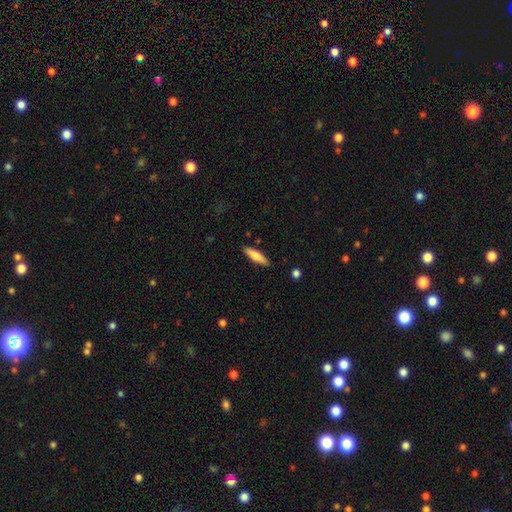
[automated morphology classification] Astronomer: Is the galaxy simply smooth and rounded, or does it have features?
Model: smooth — 73%.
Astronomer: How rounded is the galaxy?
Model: cigar-shaped — 63%.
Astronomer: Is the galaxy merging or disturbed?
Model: none — 88%.